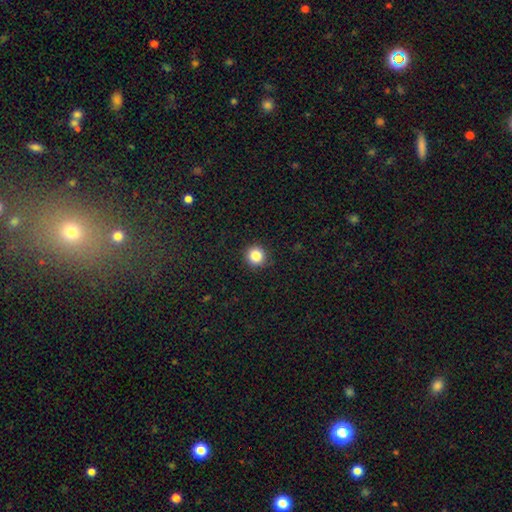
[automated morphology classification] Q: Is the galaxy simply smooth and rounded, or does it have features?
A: smooth — 85%.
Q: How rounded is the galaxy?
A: round — 94%.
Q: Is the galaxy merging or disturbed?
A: none — 91%.